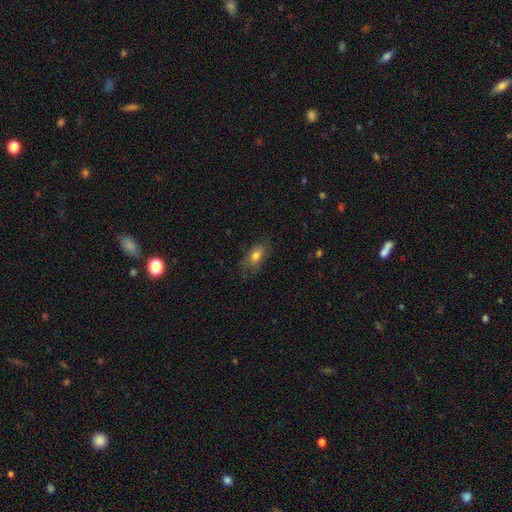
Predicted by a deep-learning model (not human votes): Smooth or featured: smooth — 75% (featured or disk — 16%)
How rounded: in between — 85% (round — 9%)
Merging: none — 68% (minor disturbance — 23%)